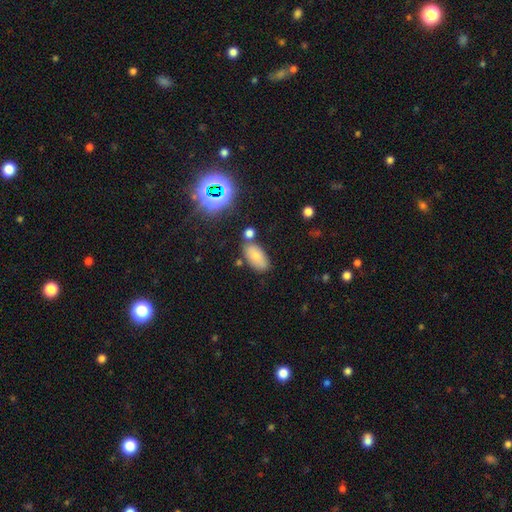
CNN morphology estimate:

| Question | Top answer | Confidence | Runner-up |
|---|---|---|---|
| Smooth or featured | smooth | 75% | featured or disk (13%) |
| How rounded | in between | 93% | round (4%) |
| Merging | none | 72% | minor disturbance (14%) |